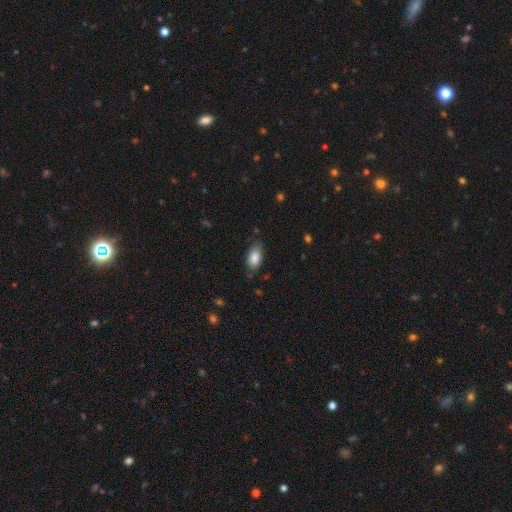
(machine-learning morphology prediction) smooth 85%, featured or disk 8%, star or artifact 7%. Down the decision tree: how rounded — in between (92%); merging — none (77%).